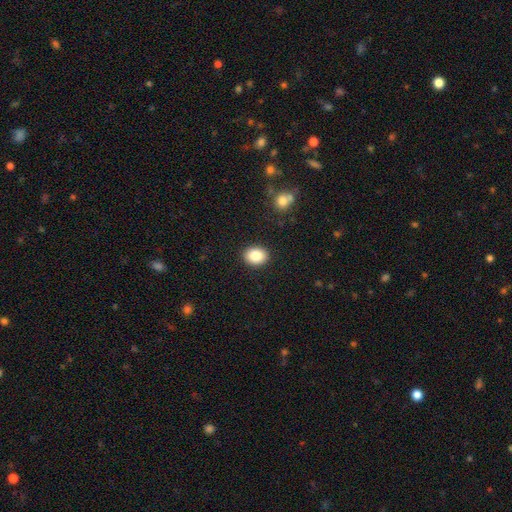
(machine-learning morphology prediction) smooth 85%, star or artifact 8%, featured or disk 6%. Down the decision tree: how rounded — in between (51%); merging — none (90%).